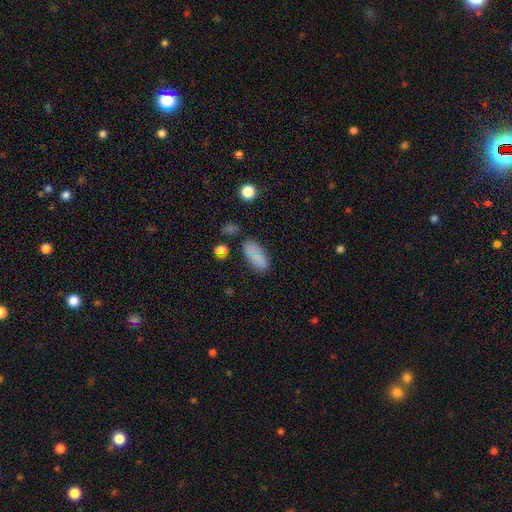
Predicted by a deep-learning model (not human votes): Overall: smooth (78%). How rounded: in between (90%). Merging: none (71%).